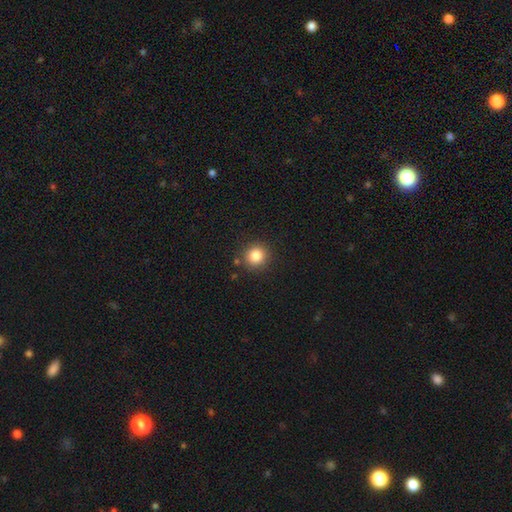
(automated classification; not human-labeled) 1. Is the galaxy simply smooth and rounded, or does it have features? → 83% smooth, 11% star or artifact, 5% featured or disk.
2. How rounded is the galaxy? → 92% round, 7% in between, 1% cigar-shaped.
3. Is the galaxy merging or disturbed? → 88% none, 7% minor disturbance, 3% merger, 2% major disturbance.